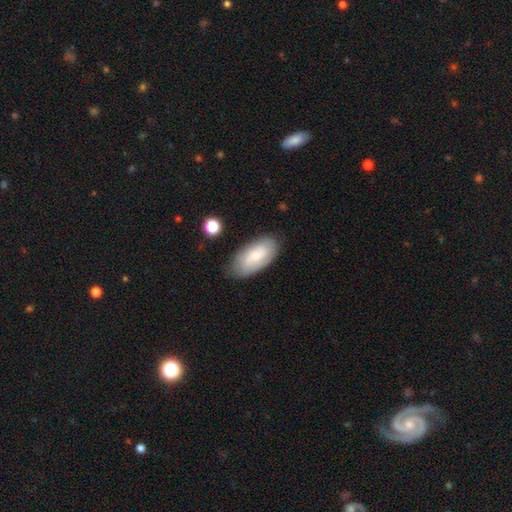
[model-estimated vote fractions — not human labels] smooth-or-featured: smooth: 64% | featured or disk: 29% | star or artifact: 7%
  how-rounded: in between: 92% | cigar-shaped: 5% | round: 3%
  merging: none: 76% | minor disturbance: 18% | major disturbance: 4% | merger: 2%